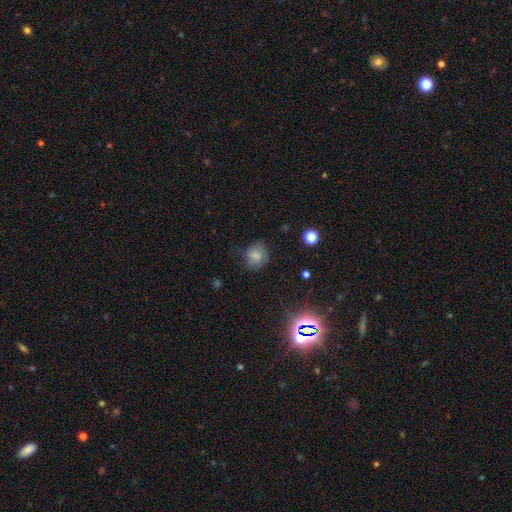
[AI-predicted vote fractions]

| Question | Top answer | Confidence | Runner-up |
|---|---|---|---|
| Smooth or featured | smooth | 79% | star or artifact (12%) |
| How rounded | round | 72% | in between (27%) |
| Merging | none | 73% | minor disturbance (20%) |